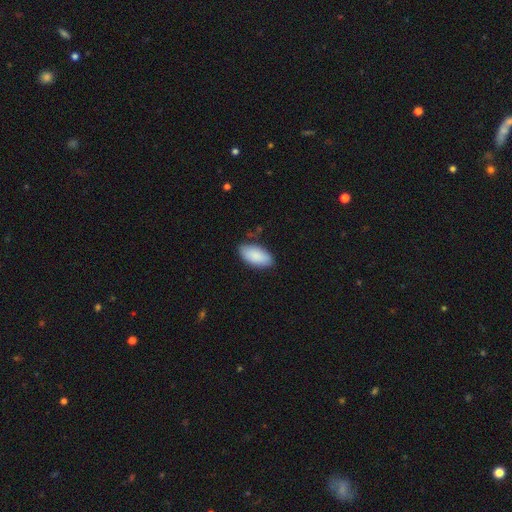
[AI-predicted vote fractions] This is clearly a smooth galaxy (88%). How rounded: clearly in between (94%). Merging: clearly none (82%).